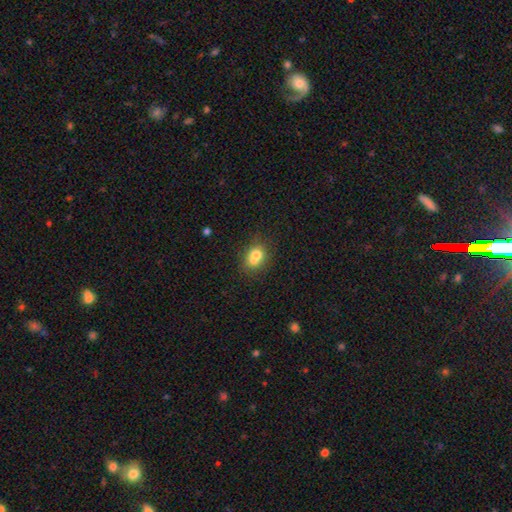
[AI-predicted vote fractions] Smooth or featured? Predicted: smooth (p=0.73). How rounded? Predicted: in between (p=0.57). Merging? Predicted: none (p=0.44).